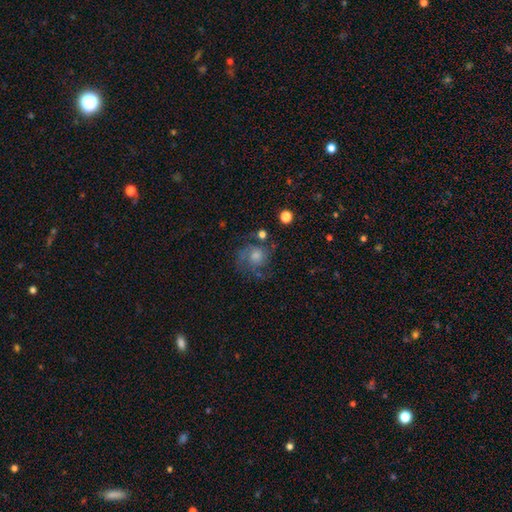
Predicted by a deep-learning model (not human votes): Smooth or featured?
  - featured or disk: 68% *
  - smooth: 18%
  - star or artifact: 14%
Edge-on disk?
  - no: 98% *
  - yes: 2%
Bar?
  - no: 76% *
  - weak: 21%
  - strong: 3%
Spiral arms?
  - yes: 91% *
  - no: 9%
Spiral winding?
  - medium: 46% *
  - tight: 38%
  - loose: 16%
Spiral arm count?
  - 2: 36% *
  - 3: 24%
  - can't tell: 24%
  - 1: 7%
  - 4: 5%
  - more than 4: 4%
Bulge size?
  - moderate: 50% *
  - small: 28%
  - large: 13%
  - none: 7%
  - dominant: 2%
Merging?
  - none: 66% *
  - minor disturbance: 16%
  - major disturbance: 14%
  - merger: 4%